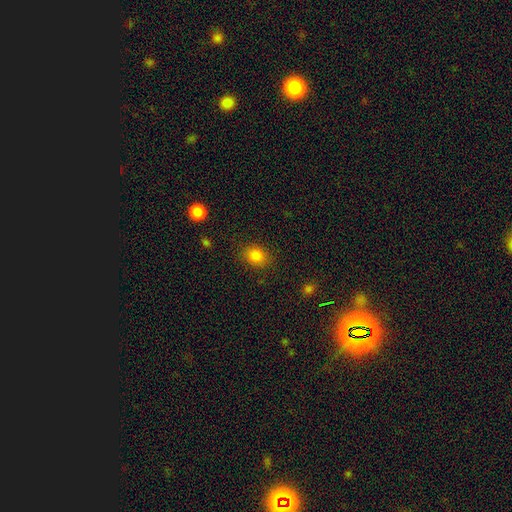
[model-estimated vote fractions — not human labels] Smooth or featured? smooth (83%)
How rounded? round (50%)
Merging? none (84%)